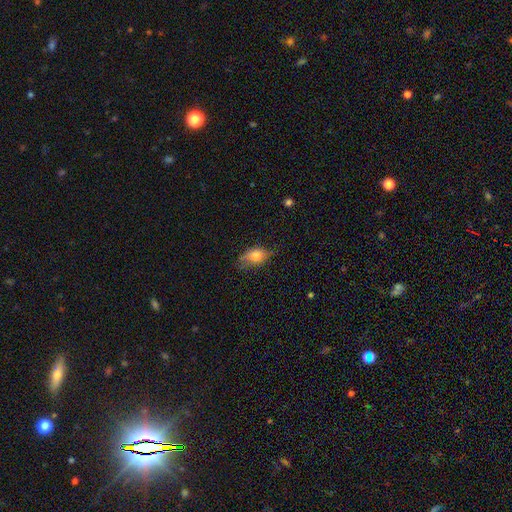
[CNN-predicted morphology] Smooth or featured: smooth — 68% (featured or disk — 22%)
How rounded: in between — 77% (round — 17%)
Merging: none — 54% (minor disturbance — 32%)